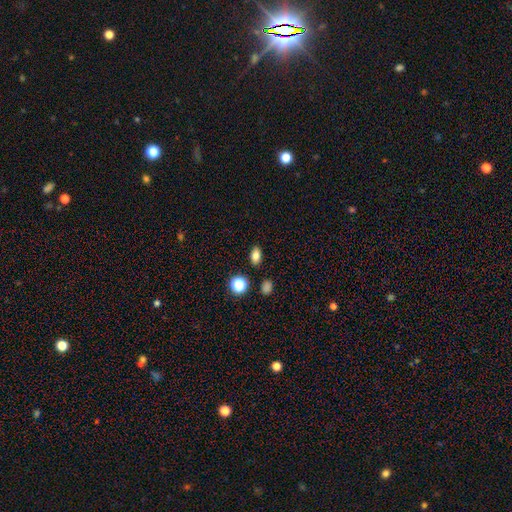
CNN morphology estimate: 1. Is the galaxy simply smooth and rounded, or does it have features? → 80% smooth, 12% star or artifact, 8% featured or disk.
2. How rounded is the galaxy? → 84% in between, 14% round, 2% cigar-shaped.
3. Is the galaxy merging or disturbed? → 87% none, 8% minor disturbance, 3% merger, 2% major disturbance.